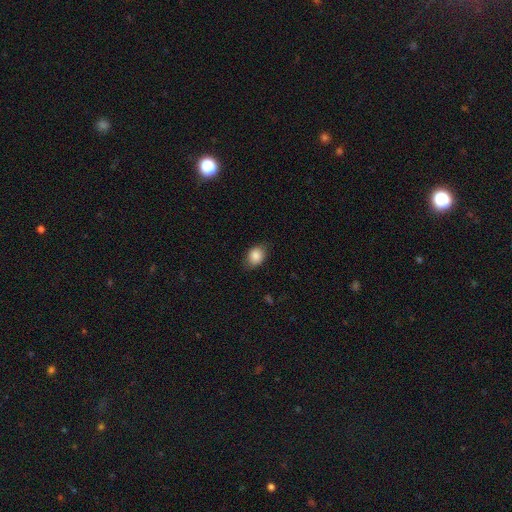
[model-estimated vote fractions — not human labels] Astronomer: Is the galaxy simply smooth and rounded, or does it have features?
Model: smooth — 86%.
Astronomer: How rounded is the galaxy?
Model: in between — 69%.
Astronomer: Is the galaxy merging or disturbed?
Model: none — 79%.